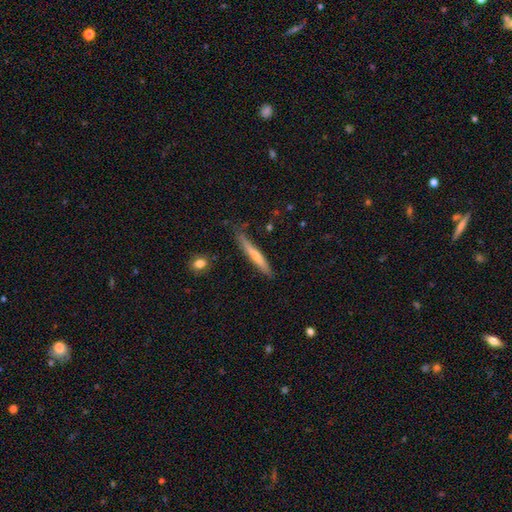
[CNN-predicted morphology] This is possibly a smooth galaxy (51%). How rounded: clearly cigar-shaped (95%). Merging: likely none (77%).